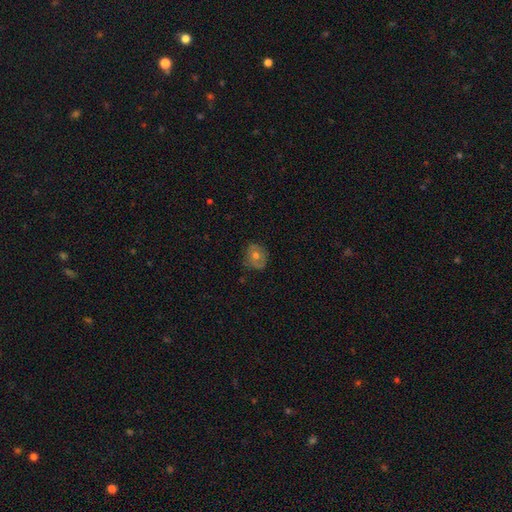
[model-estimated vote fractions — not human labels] This appears to be a smooth galaxy with no disk features (47%). Merging: none (77%).